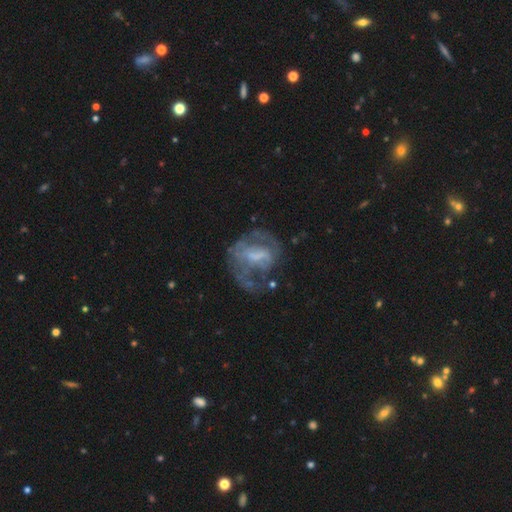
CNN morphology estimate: type=featured or disk (67%); edge-on=no (97%); bar=weak (41%); spiral arms=yes (51%); bulge=none (37%); merging=none (43%).